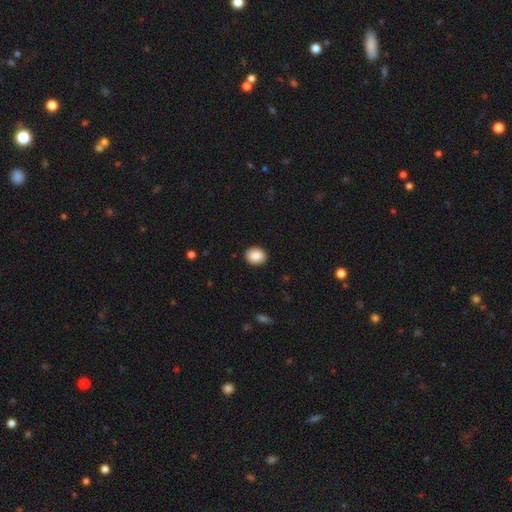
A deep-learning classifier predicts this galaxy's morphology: Smooth or featured? smooth (88%)
How rounded? round (58%)
Merging? none (91%)